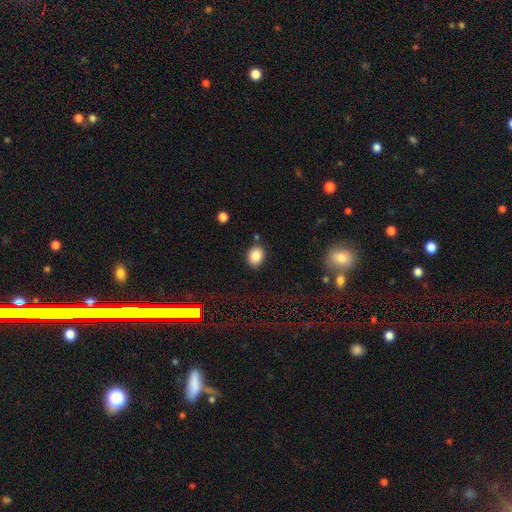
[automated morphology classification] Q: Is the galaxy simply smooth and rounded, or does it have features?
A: smooth — 86%.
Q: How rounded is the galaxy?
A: in between — 61%.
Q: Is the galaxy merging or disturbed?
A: none — 83%.